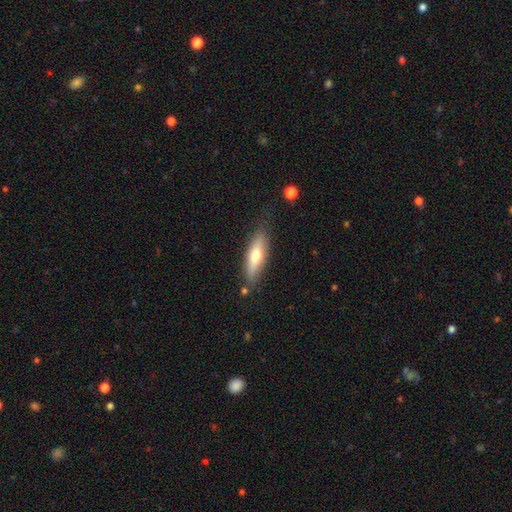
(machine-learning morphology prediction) Overall: smooth (62%; featured or disk 32%). How rounded: cigar-shaped (55%; in between 43%). Merging: none (75%).